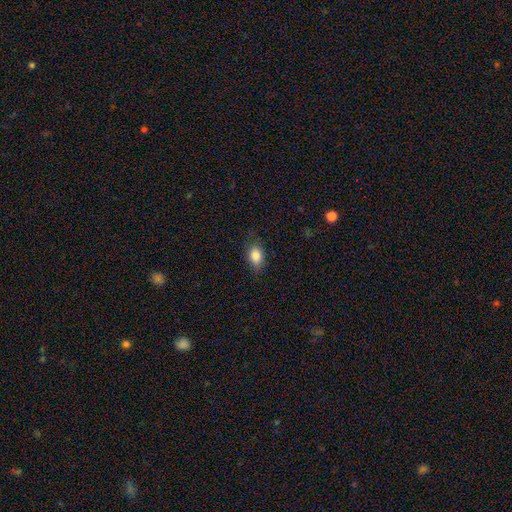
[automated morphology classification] type=smooth (85%); roundness=in between (80%); merging=none (80%).